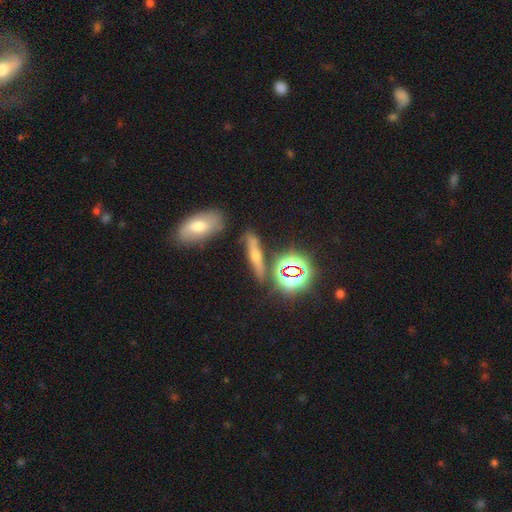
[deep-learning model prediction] Morphology: type=star or artifact (42%).